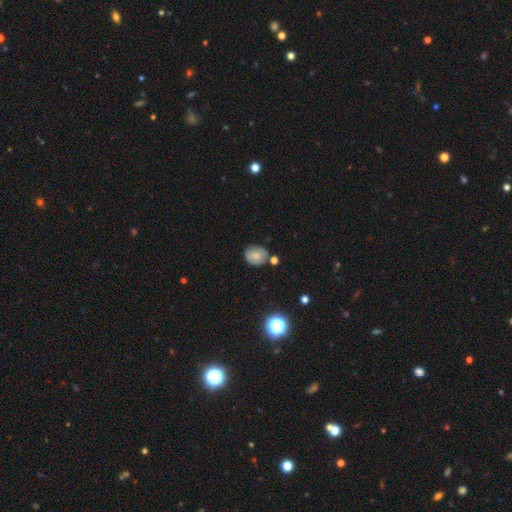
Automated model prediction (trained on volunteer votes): A smooth galaxy with no disk features (69%) that is round (62%). Merging: none (72%).